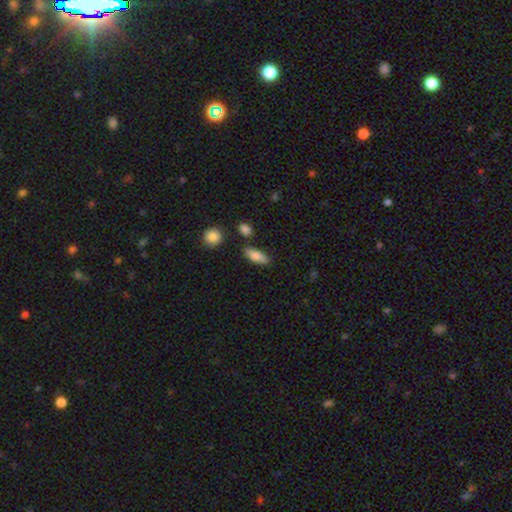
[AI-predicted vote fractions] Morphology: type=smooth (83%); roundness=in between (76%); merging=none (78%).